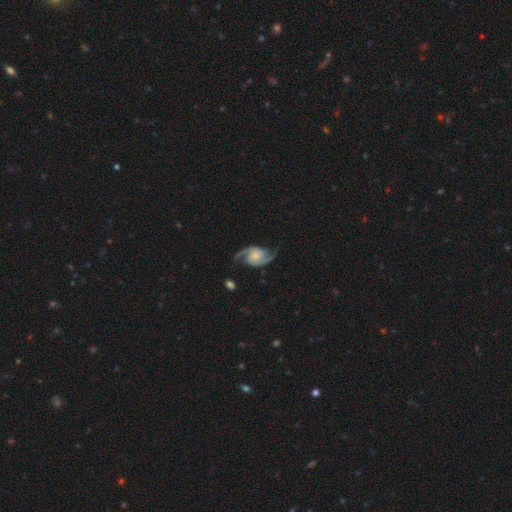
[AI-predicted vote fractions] Morphology: type=featured or disk (90%); edge-on=no (98%); bar=no (65%); spiral arms=yes (98%); winding=medium (51%); arm count=2 (94%); bulge=small (49%); merging=none (78%).